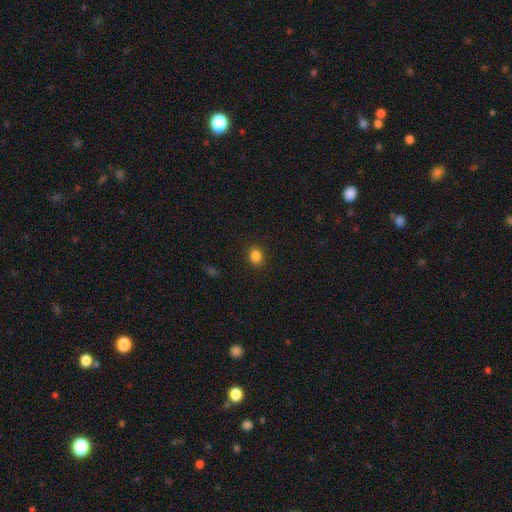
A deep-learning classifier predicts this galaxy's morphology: Overall: smooth (85%). How rounded: round (68%; in between 31%). Merging: none (91%).